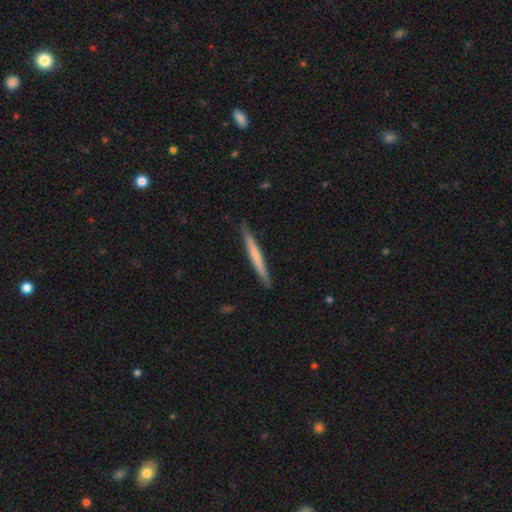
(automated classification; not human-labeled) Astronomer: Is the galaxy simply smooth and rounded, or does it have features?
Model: smooth — 55% (runner-up: featured or disk, 39%).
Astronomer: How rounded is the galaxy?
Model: cigar-shaped — 97%.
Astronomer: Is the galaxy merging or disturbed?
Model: none — 89%.